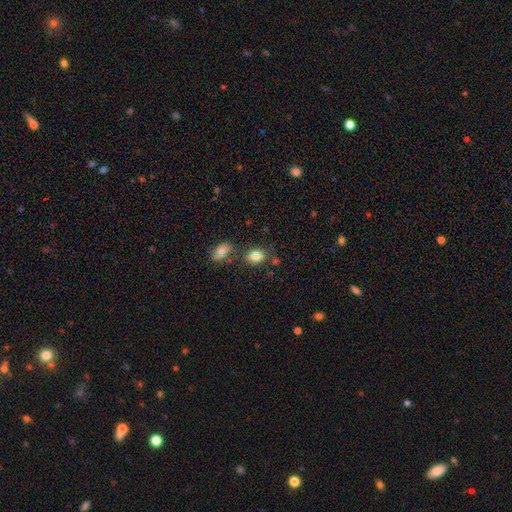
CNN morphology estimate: The model was most divided on "merging": none: 65%, minor disturbance: 16%, merger: 15%, major disturbance: 5%. More confident: smooth or featured — smooth (78%); how rounded — in between (75%).